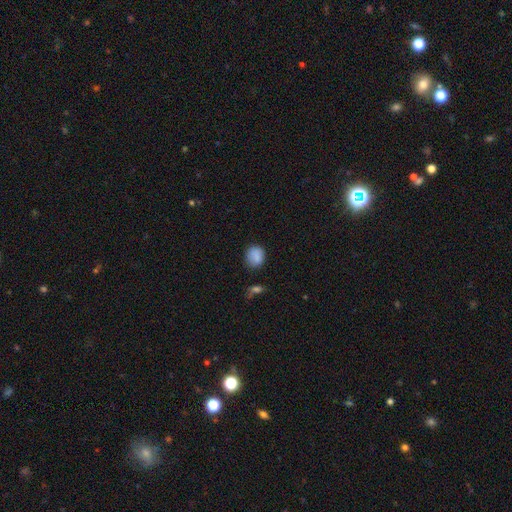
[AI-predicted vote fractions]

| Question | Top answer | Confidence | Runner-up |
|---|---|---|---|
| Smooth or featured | smooth | 86% | star or artifact (9%) |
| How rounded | round | 66% | in between (33%) |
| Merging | none | 75% | minor disturbance (18%) |